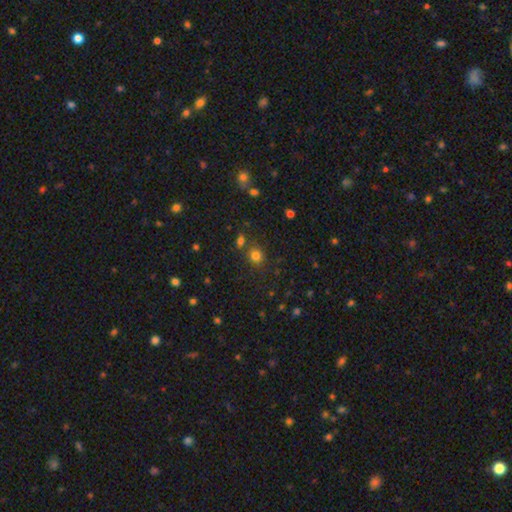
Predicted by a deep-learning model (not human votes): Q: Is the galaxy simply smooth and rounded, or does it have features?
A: smooth — 77%.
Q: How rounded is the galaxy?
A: round — 79%.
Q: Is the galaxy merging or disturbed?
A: none — 75%.